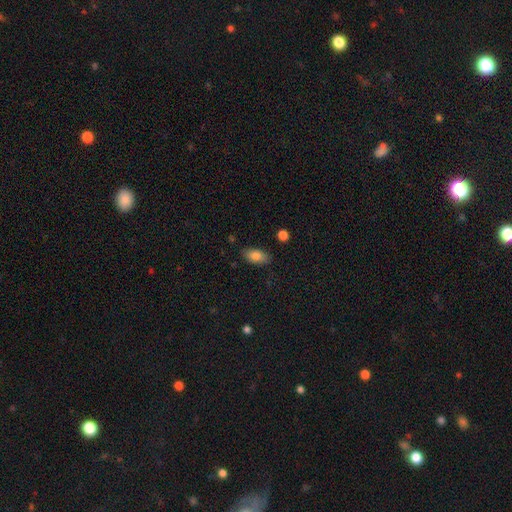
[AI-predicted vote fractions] Overall: smooth (83%). How rounded: in between (89%). Merging: none (83%).